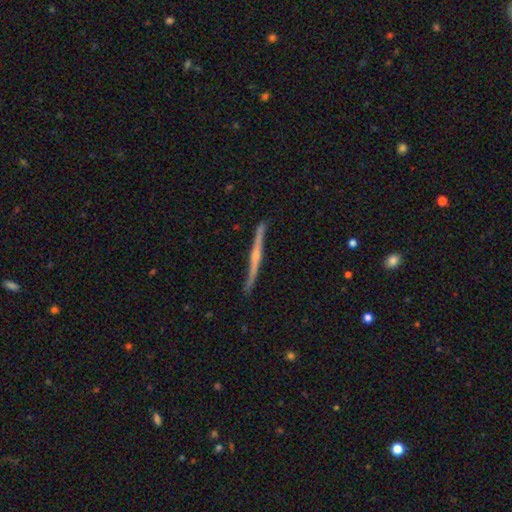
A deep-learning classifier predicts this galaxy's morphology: A featured or disk galaxy (79%) viewed edge-on (98%) with a rounded central bulge (70%).

Vote fractions:
- Smooth or featured? featured or disk: 79% / smooth: 16% / star or artifact: 5%
- Edge-on disk? yes: 98% / no: 2%
- Edge-on bulge? rounded: 70% / none: 21% / boxy: 9%
- Merging? none: 87% / minor disturbance: 10% / major disturbance: 2% / merger: 1%